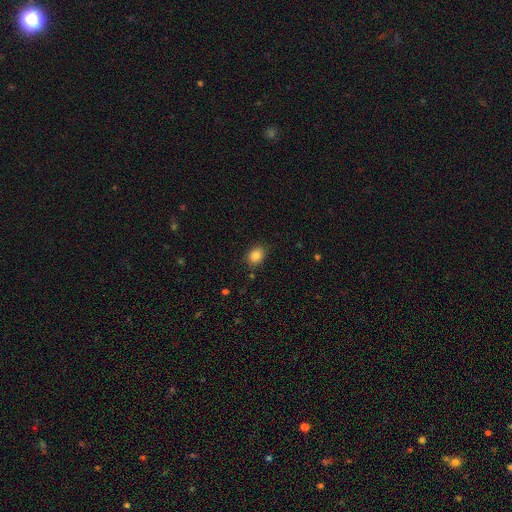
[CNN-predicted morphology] smooth 85%, star or artifact 10%, featured or disk 5%. Down the decision tree: how rounded — in between (57%); merging — none (85%).